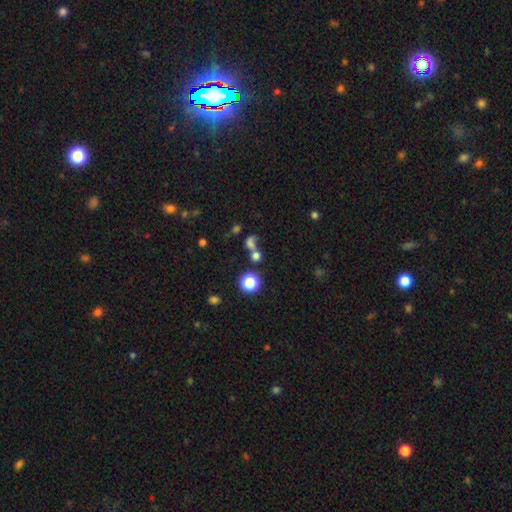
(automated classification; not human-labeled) smooth 66%, star or artifact 23%, featured or disk 11%. Down the decision tree: how rounded — round (73%); merging — merger (42%).